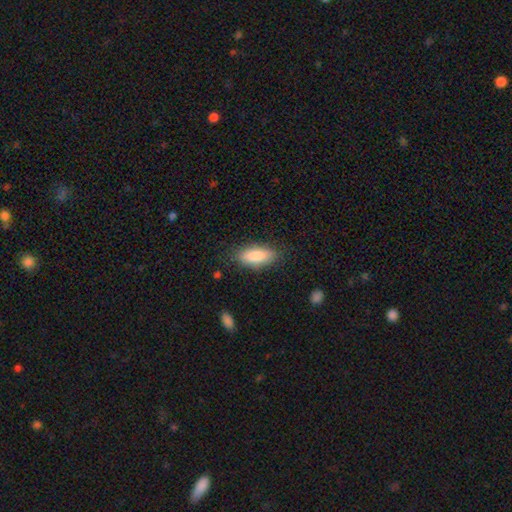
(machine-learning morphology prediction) Smooth or featured: smooth — 84% (featured or disk — 9%)
How rounded: in between — 78% (cigar-shaped — 20%)
Merging: none — 83% (minor disturbance — 12%)